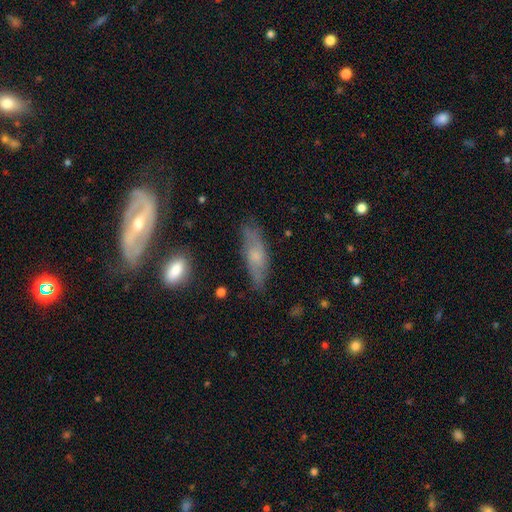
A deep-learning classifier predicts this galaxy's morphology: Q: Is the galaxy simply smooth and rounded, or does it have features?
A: featured or disk — 49%.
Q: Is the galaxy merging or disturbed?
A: none — 72%.